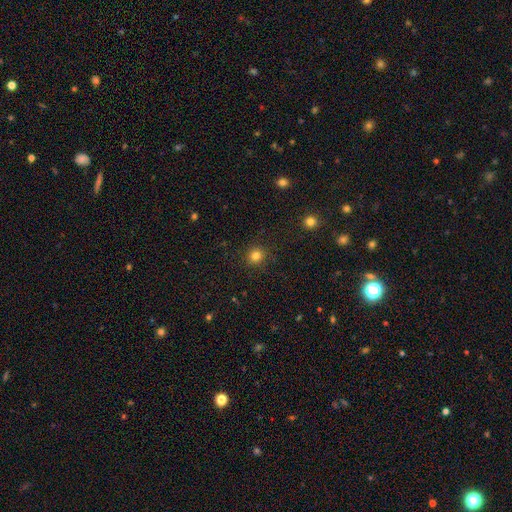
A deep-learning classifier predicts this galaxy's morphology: Q: Smooth or featured?
A: smooth (81%); runner-up: star or artifact (13%)
Q: How rounded?
A: round (91%); runner-up: in between (8%)
Q: Merging?
A: none (90%); runner-up: minor disturbance (6%)